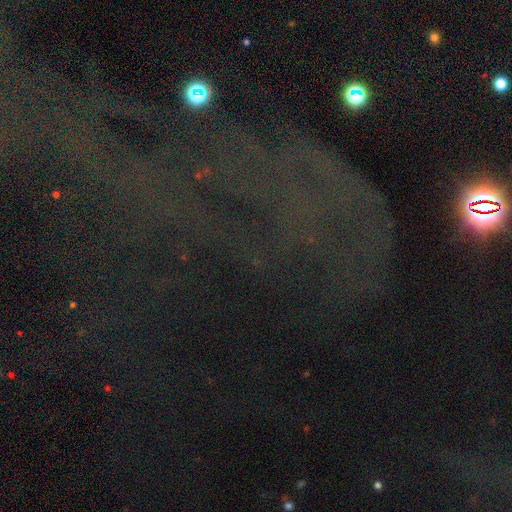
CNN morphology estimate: Overall: star or artifact (72%).